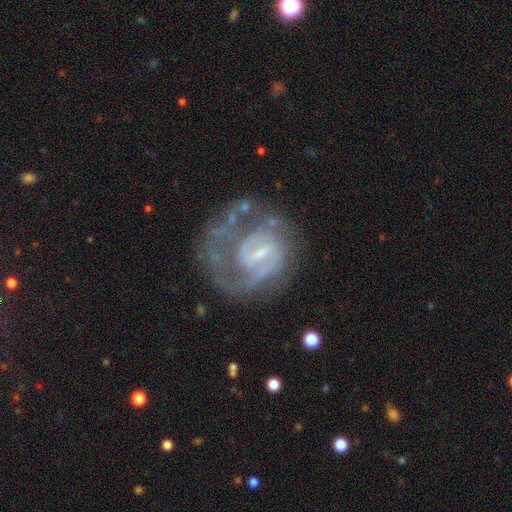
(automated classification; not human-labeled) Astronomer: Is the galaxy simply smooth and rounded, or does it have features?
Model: featured or disk — 84%.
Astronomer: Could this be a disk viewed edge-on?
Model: no — 98%.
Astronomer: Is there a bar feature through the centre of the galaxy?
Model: weak — 54%.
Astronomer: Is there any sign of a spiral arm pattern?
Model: yes — 89%.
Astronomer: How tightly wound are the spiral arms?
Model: tight — 49% (runner-up: medium, 38%).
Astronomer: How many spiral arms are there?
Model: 2 — 42% (runner-up: can't tell, 22%).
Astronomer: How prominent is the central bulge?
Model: small — 60%.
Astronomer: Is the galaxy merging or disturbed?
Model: none — 54%.